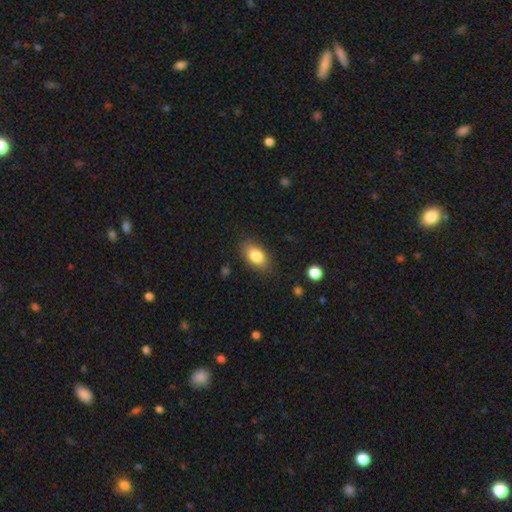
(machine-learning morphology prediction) A smooth galaxy with no disk features (82%) that is in between round and cigar-shaped (88%).

Vote fractions:
- Smooth or featured? smooth: 82% / featured or disk: 11% / star or artifact: 8%
- How rounded? in between: 88% / round: 9% / cigar-shaped: 2%
- Merging? none: 83% / minor disturbance: 12% / major disturbance: 3% / merger: 1%